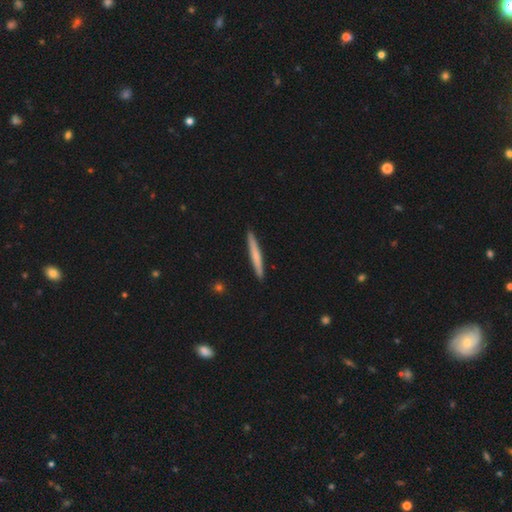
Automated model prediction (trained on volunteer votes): Q: Smooth or featured?
A: smooth (62%); runner-up: featured or disk (33%)
Q: How rounded?
A: cigar-shaped (96%); runner-up: in between (2%)
Q: Merging?
A: none (91%); runner-up: minor disturbance (6%)